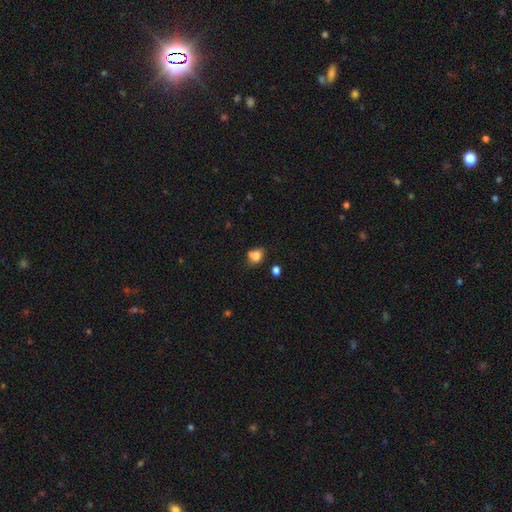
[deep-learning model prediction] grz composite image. It shows a smooth galaxy with no disk features (78%) that is round (56%). Merging: none (51%).